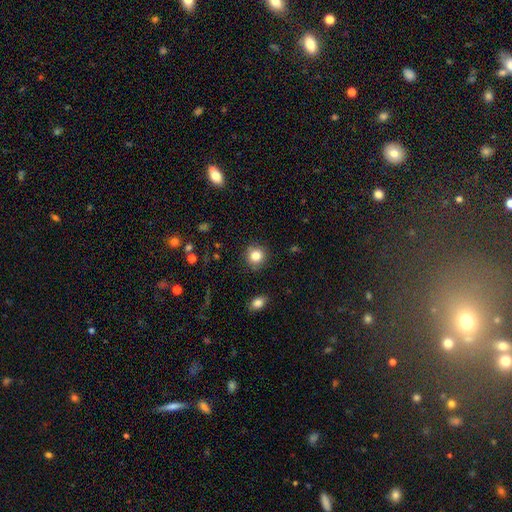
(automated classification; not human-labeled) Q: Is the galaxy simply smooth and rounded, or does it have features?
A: smooth — 83%.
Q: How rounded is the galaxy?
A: round — 91%.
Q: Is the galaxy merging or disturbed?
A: none — 88%.